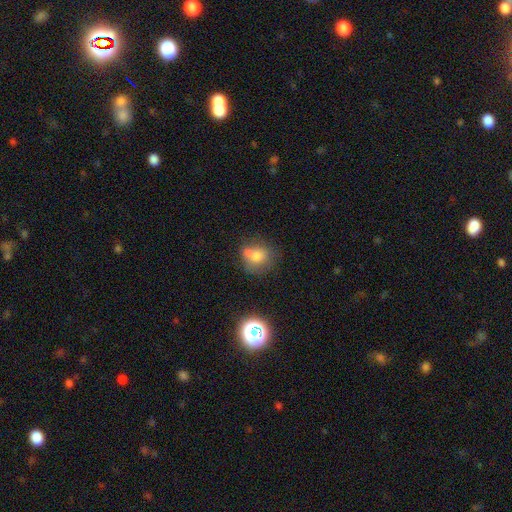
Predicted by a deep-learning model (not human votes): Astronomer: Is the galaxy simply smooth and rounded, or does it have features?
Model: smooth — 72%.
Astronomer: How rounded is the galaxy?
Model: round — 73%.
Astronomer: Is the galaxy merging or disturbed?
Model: none — 48% (runner-up: merger, 28%).